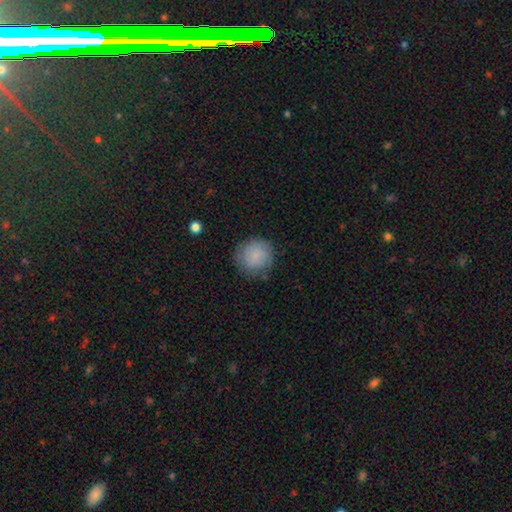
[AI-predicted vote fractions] The model was most divided on "merging": none: 80%, minor disturbance: 15%, major disturbance: 4%, merger: 1%. More confident: how rounded — round (90%); smooth or featured — smooth (82%).